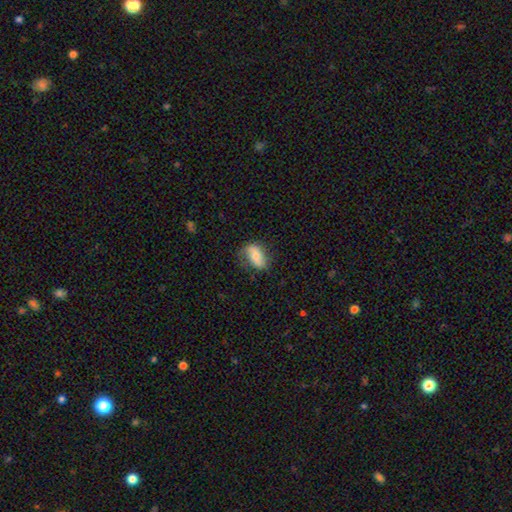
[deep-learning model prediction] The model was most divided on "smooth or featured": smooth: 58%, featured or disk: 35%, star or artifact: 7%. More confident: how rounded — in between (86%); merging — none (64%).